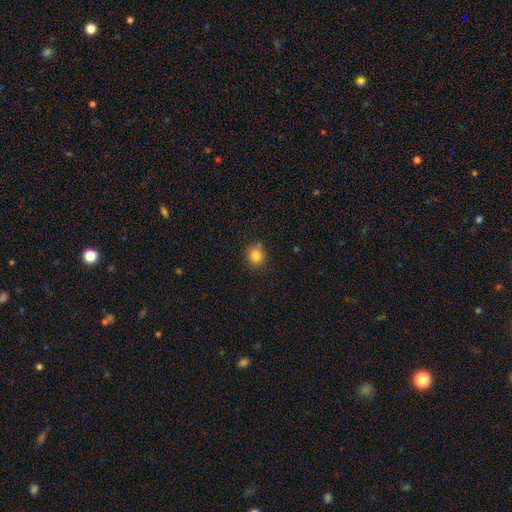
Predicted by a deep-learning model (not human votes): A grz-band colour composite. It shows a smooth galaxy with no disk features (83%) that is round (82%). Merging: none (82%).